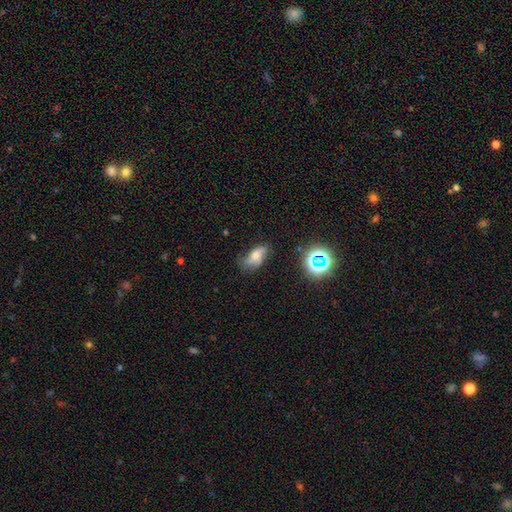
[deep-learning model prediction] Smooth or featured? Predicted: smooth (p=0.55). How rounded? Predicted: in between (p=0.87). Merging? Predicted: none (p=0.57).